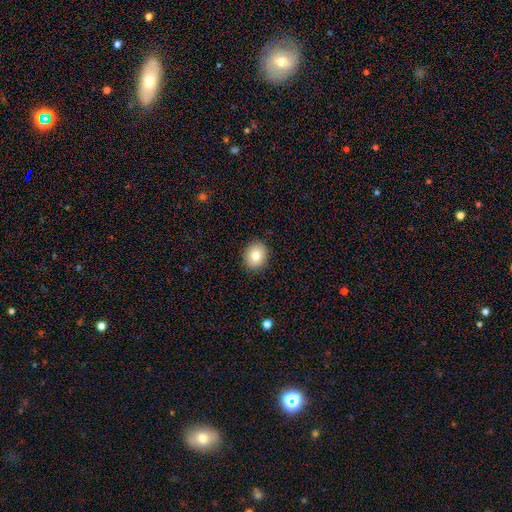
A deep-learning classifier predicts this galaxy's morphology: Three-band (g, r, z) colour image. It shows a smooth galaxy with no disk features (79%) that is round (60%). Merging: none (89%).